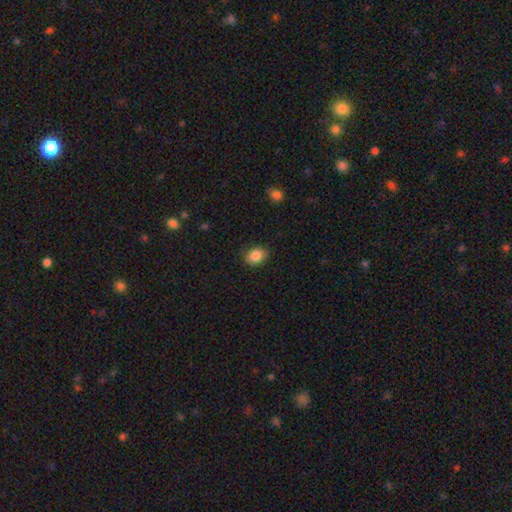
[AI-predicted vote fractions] Smooth or featured? smooth (86%)
How rounded? round (51%)
Merging? none (84%)